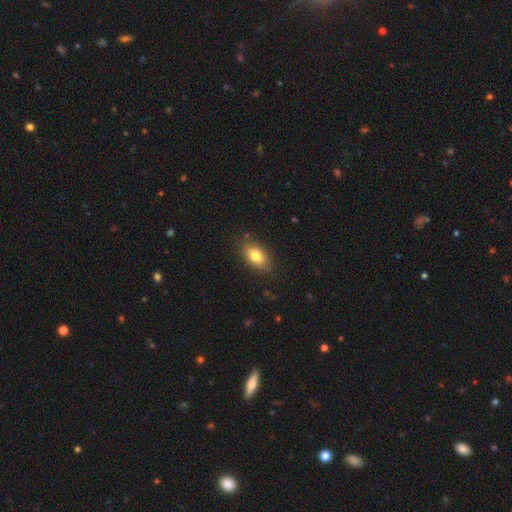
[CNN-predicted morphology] A smooth galaxy with no disk features (80%) that is in between round and cigar-shaped (87%).

Vote fractions:
- Smooth or featured? smooth: 80% / featured or disk: 11% / star or artifact: 8%
- How rounded? in between: 87% / round: 9% / cigar-shaped: 4%
- Merging? none: 85% / minor disturbance: 11% / major disturbance: 3% / merger: 1%